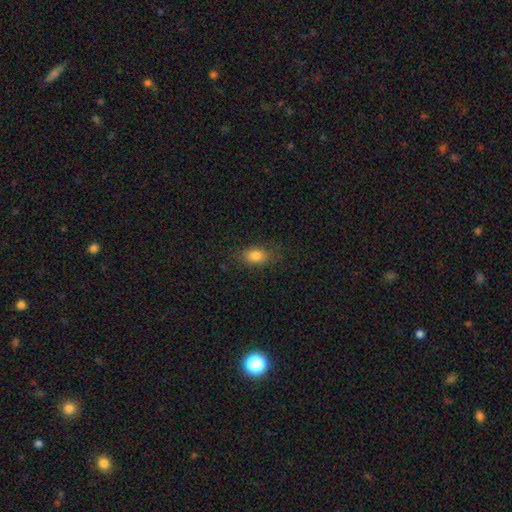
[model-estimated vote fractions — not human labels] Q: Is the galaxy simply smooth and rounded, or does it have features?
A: smooth — 82%.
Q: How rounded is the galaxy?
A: in between — 80%.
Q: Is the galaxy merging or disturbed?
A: none — 80%.